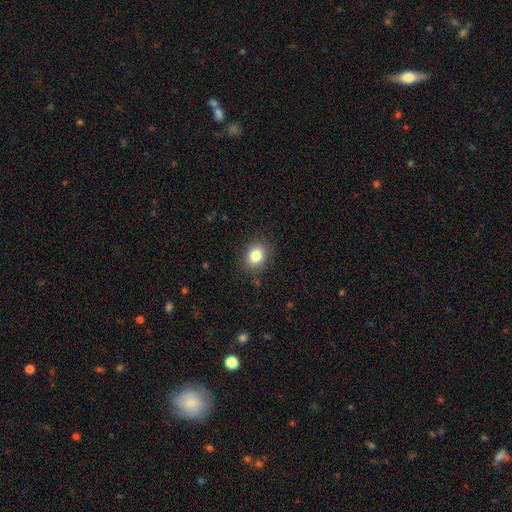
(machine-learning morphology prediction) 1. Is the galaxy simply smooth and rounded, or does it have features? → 83% smooth, 10% star or artifact, 7% featured or disk.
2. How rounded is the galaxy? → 52% in between, 47% round, 1% cigar-shaped.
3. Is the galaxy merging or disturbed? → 84% none, 12% minor disturbance, 3% major disturbance, 1% merger.